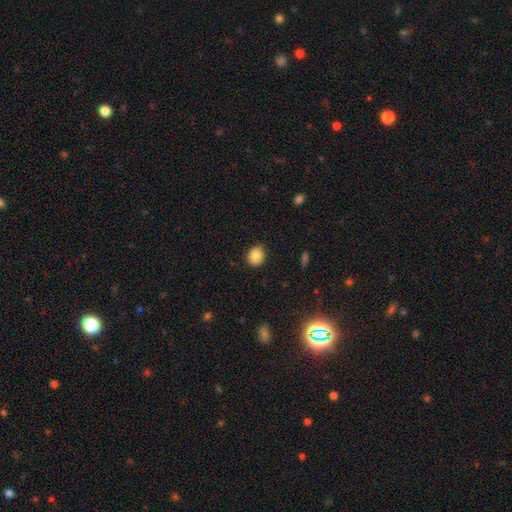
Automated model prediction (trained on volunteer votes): Q: Smooth or featured?
A: smooth (87%); runner-up: star or artifact (9%)
Q: How rounded?
A: round (59%); runner-up: in between (41%)
Q: Merging?
A: none (85%); runner-up: minor disturbance (12%)